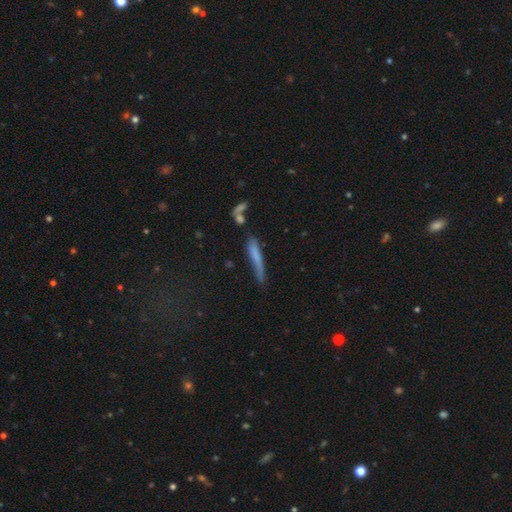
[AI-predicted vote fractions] Overall: smooth (61%; featured or disk 29%). How rounded: cigar-shaped (91%). Merging: none (49%; minor disturbance 28%).